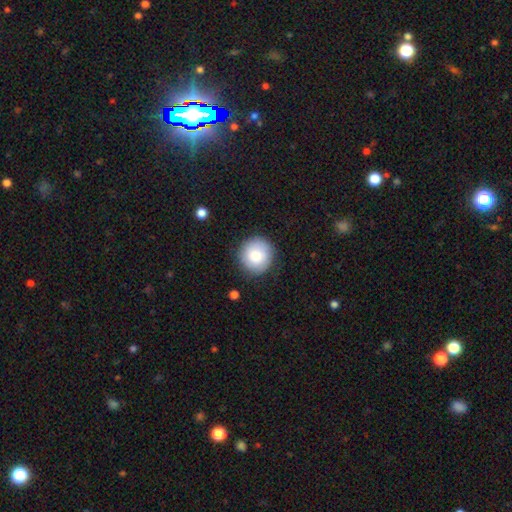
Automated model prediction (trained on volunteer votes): Smooth or featured: smooth — 79% (featured or disk — 14%)
How rounded: round — 93% (in between — 6%)
Merging: none — 87% (minor disturbance — 9%)